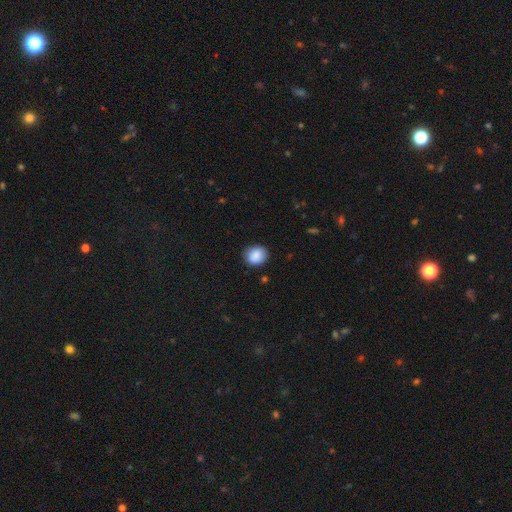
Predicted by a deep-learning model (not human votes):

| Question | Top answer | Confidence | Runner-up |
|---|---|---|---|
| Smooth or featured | smooth | 88% | star or artifact (8%) |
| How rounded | round | 68% | in between (31%) |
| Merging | none | 85% | minor disturbance (11%) |